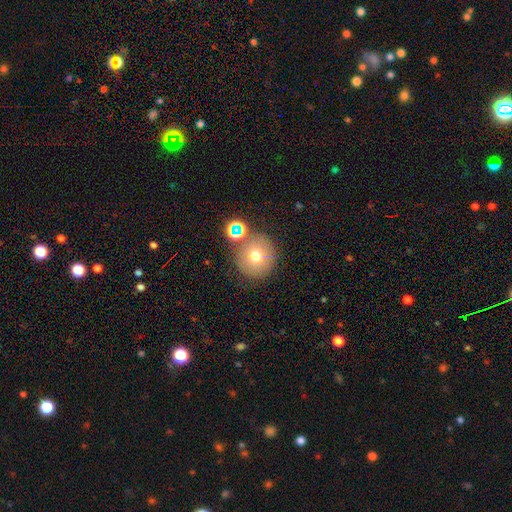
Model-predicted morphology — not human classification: The model was most divided on "smooth or featured": smooth: 71%, featured or disk: 15%, star or artifact: 15%. More confident: how rounded — round (94%); merging — none (76%).